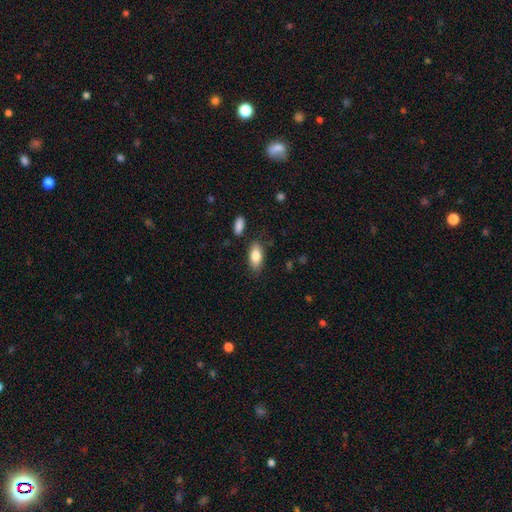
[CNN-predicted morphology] A smooth galaxy with no disk features (83%) that is in between round and cigar-shaped (87%).

Vote fractions:
- Smooth or featured? smooth: 83% / featured or disk: 10% / star or artifact: 7%
- How rounded? in between: 87% / cigar-shaped: 10% / round: 3%
- Merging? none: 80% / minor disturbance: 13% / merger: 3% / major disturbance: 3%